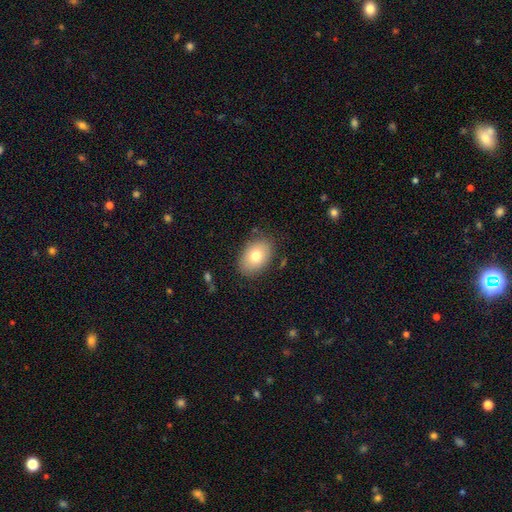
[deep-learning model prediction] Smooth or featured? smooth (76%)
How rounded? in between (83%)
Merging? none (83%)